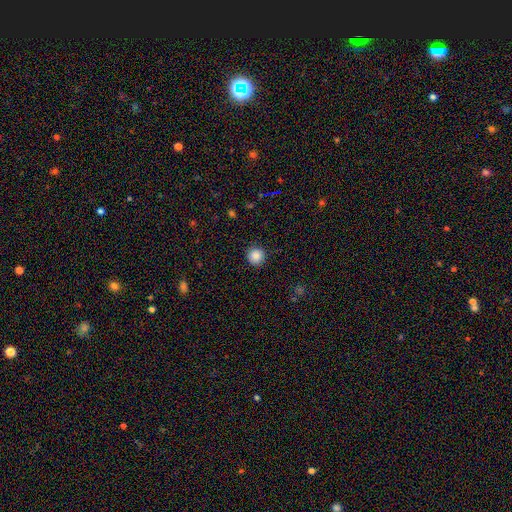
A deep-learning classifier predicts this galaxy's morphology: The model was most divided on "smooth or featured": smooth: 86%, star or artifact: 10%, featured or disk: 4%. More confident: how rounded — round (95%); merging — none (91%).